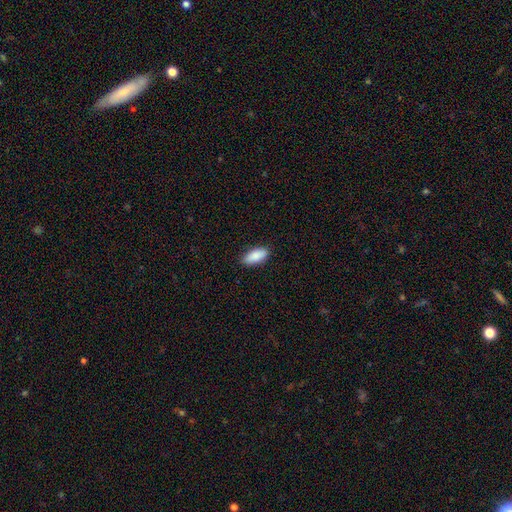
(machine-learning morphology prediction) Smooth or featured?
  - smooth: 89% *
  - star or artifact: 6%
  - featured or disk: 5%
How rounded?
  - in between: 86% *
  - cigar-shaped: 12%
  - round: 2%
Merging?
  - none: 88% *
  - minor disturbance: 9%
  - major disturbance: 2%
  - merger: 1%